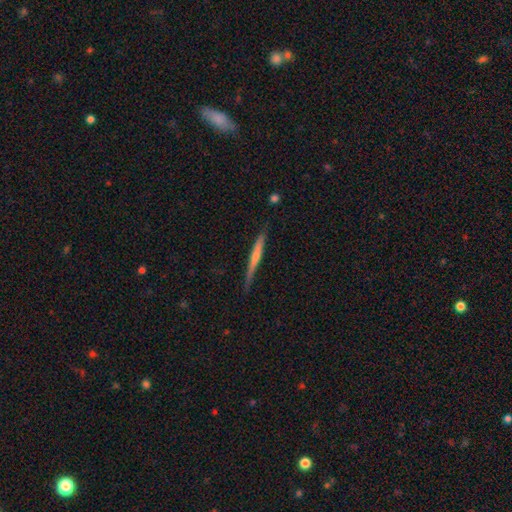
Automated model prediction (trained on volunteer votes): Smooth or featured? featured or disk (65%)
Edge-on disk? yes (97%)
Edge-on bulge? rounded (55%)
Merging? none (88%)